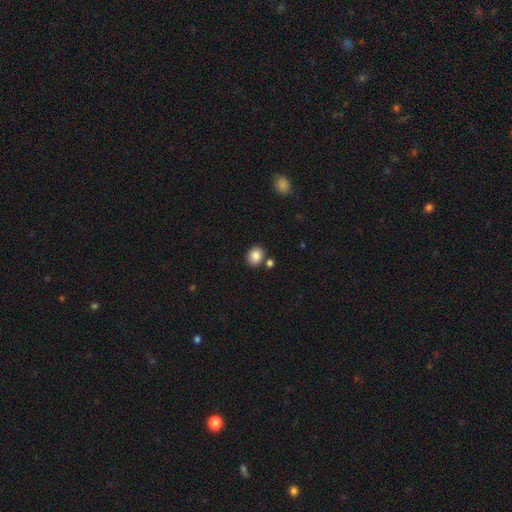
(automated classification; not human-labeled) smooth-or-featured: smooth: 86% | star or artifact: 9% | featured or disk: 5%
  how-rounded: round: 52% | in between: 47% | cigar-shaped: 1%
  merging: none: 78% | merger: 10% | minor disturbance: 9% | major disturbance: 3%